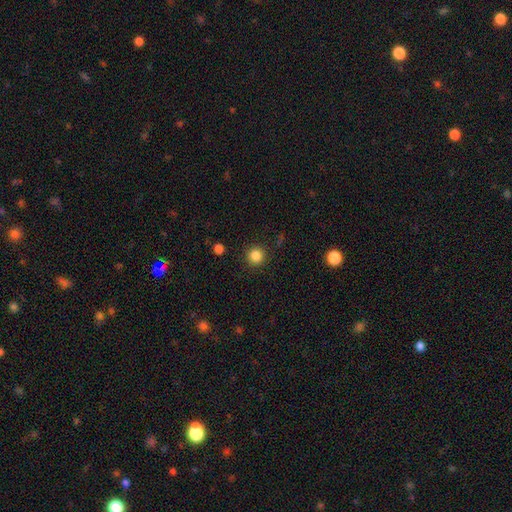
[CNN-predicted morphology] A smooth galaxy with no disk features (85%) that is round (95%). Merging: none (91%).